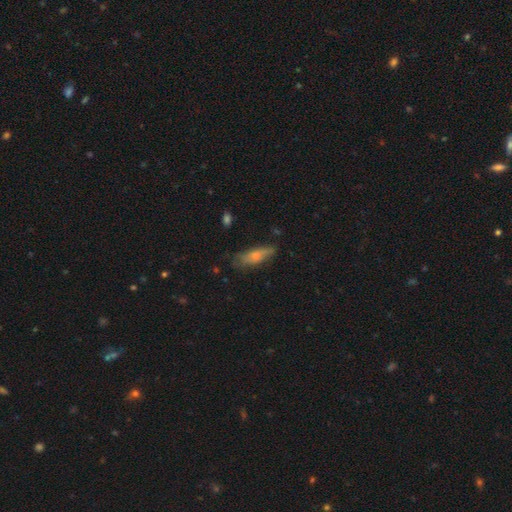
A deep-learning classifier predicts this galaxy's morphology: Smooth or featured: smooth — 63% (featured or disk — 30%)
How rounded: in between — 50% (cigar-shaped — 47%)
Merging: none — 61% (minor disturbance — 29%)